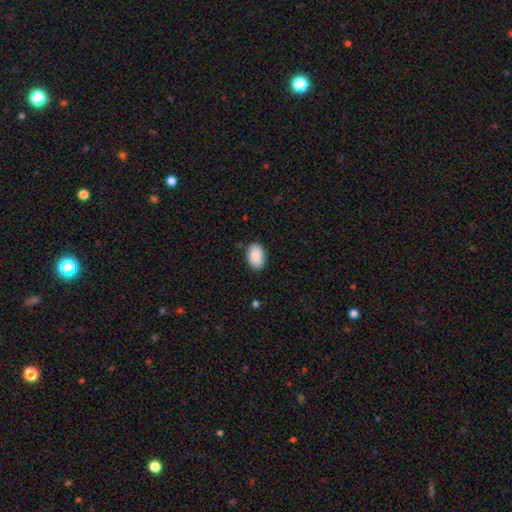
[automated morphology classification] Q: Smooth or featured?
A: smooth (89%); runner-up: star or artifact (6%)
Q: How rounded?
A: in between (92%); runner-up: round (7%)
Q: Merging?
A: none (87%); runner-up: minor disturbance (10%)